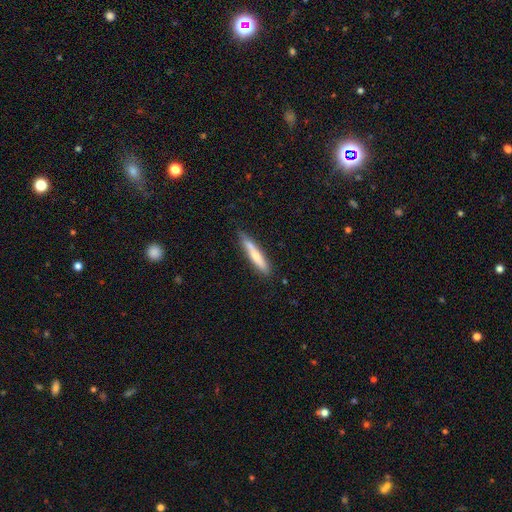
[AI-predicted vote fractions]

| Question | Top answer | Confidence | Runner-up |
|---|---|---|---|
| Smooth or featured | smooth | 64% | featured or disk (30%) |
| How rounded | cigar-shaped | 91% | in between (7%) |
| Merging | none | 75% | minor disturbance (19%) |